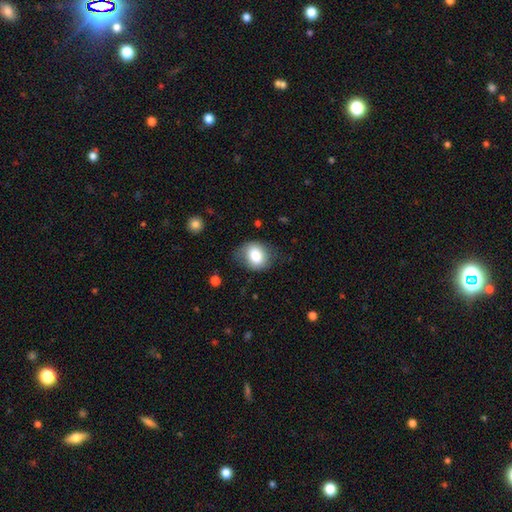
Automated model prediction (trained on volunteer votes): smooth-or-featured: smooth: 80% | featured or disk: 13% | star or artifact: 8%
  how-rounded: round: 54% | in between: 46% | cigar-shaped: 1%
  merging: none: 65% | minor disturbance: 24% | major disturbance: 9% | merger: 2%